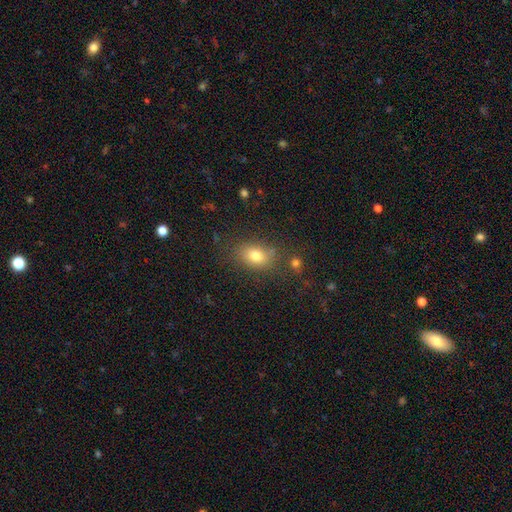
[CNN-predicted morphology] This appears to be a smooth galaxy with no disk features (77%) that is in between round and cigar-shaped (71%). Merging: none (76%).